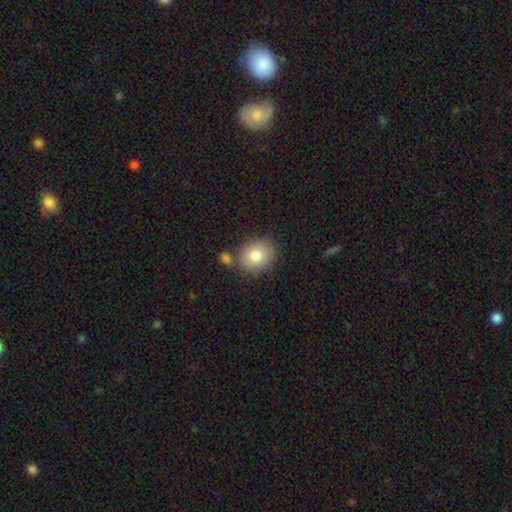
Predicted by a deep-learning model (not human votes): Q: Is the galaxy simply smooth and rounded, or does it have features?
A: smooth — 82%.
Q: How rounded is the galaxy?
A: round — 61%.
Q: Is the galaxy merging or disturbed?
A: none — 74%.